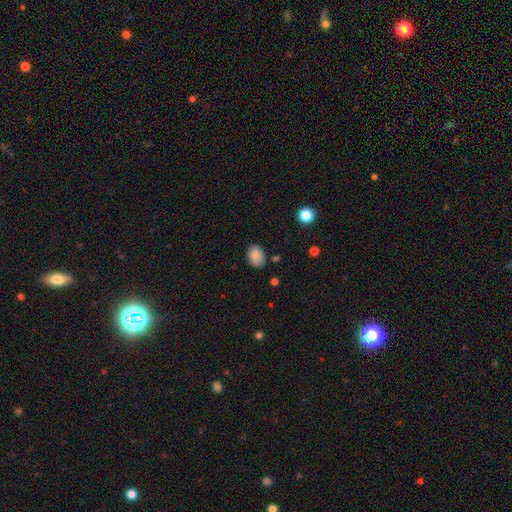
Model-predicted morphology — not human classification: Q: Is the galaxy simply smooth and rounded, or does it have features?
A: smooth — 86%.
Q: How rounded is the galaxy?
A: in between — 77%.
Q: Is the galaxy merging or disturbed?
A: none — 81%.